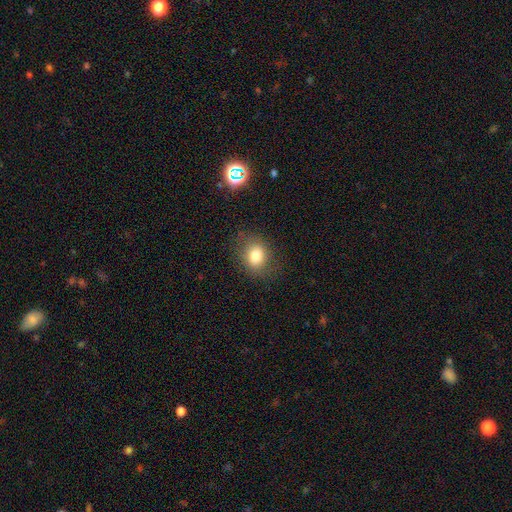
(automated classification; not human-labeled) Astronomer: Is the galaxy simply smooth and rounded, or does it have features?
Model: smooth — 79%.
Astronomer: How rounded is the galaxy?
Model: in between — 50% (runner-up: round, 49%).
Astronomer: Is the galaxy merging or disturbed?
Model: none — 79%.